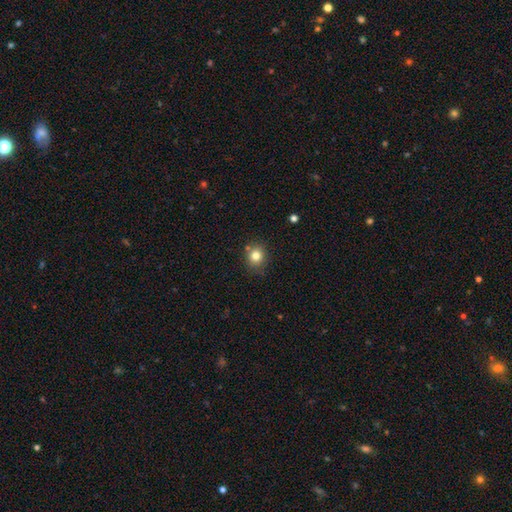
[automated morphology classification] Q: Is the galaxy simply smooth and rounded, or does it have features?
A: smooth — 81%.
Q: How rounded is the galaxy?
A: round — 81%.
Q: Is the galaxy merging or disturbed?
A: none — 81%.